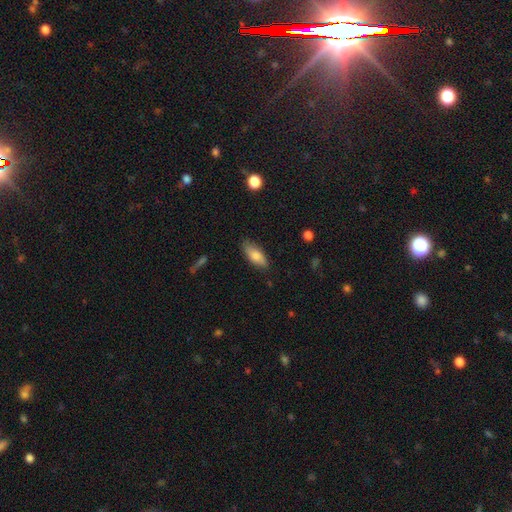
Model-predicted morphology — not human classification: Q: Smooth or featured?
A: smooth (79%); runner-up: featured or disk (15%)
Q: How rounded?
A: in between (82%); runner-up: cigar-shaped (15%)
Q: Merging?
A: none (80%); runner-up: minor disturbance (16%)